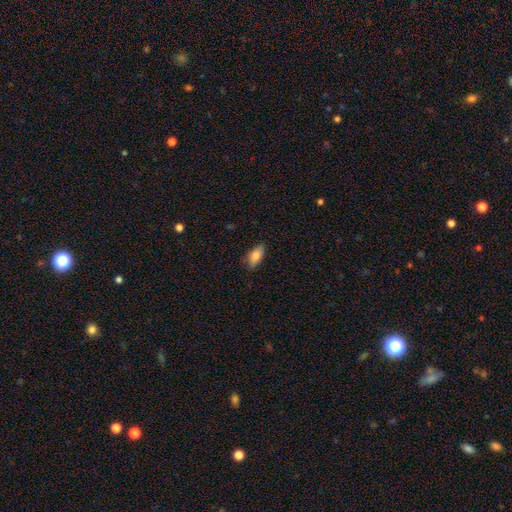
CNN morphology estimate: Smooth or featured: smooth — 82% (featured or disk — 11%)
How rounded: in between — 85% (cigar-shaped — 13%)
Merging: none — 80% (minor disturbance — 16%)